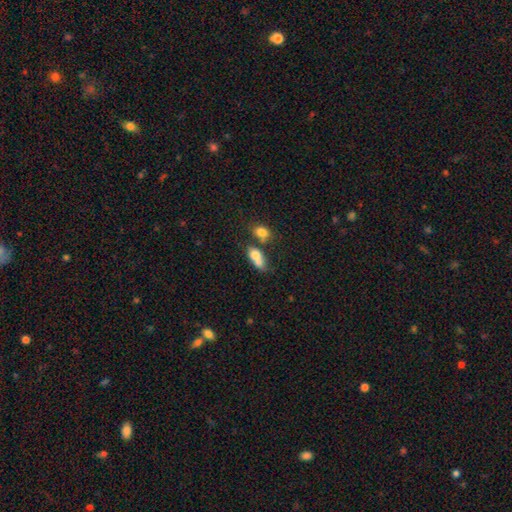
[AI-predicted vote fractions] smooth 73%, featured or disk 17%, star or artifact 9%. Down the decision tree: how rounded — in between (73%); merging — merger (60%).